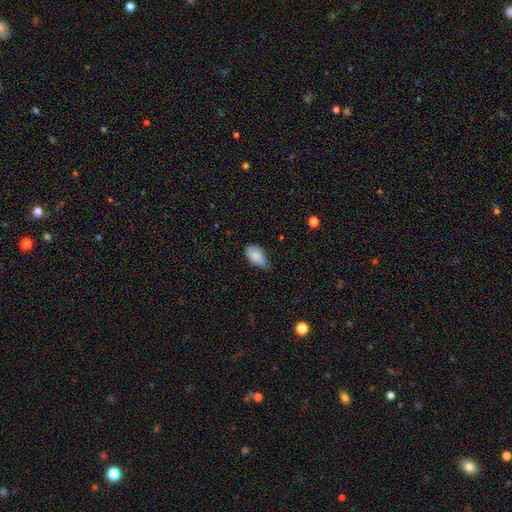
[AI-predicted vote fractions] Smooth or featured? smooth (82%)
How rounded? in between (93%)
Merging? minor disturbance (48%)